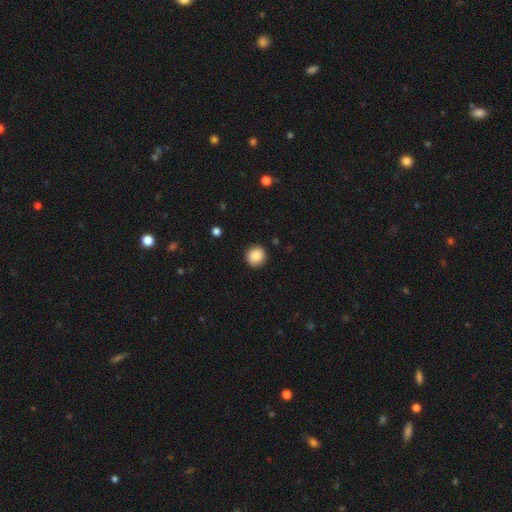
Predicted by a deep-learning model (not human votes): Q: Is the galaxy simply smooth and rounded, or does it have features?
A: smooth — 87%.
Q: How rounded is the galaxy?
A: round — 92%.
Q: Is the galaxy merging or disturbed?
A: none — 90%.